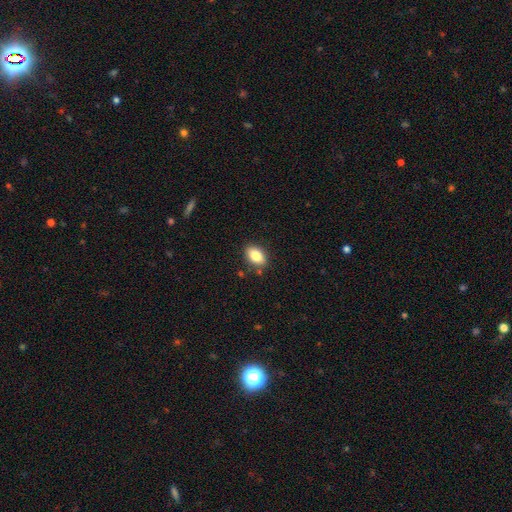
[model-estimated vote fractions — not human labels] This appears to be a smooth galaxy with no disk features (83%) that is in between round and cigar-shaped (86%). Merging: none (85%).